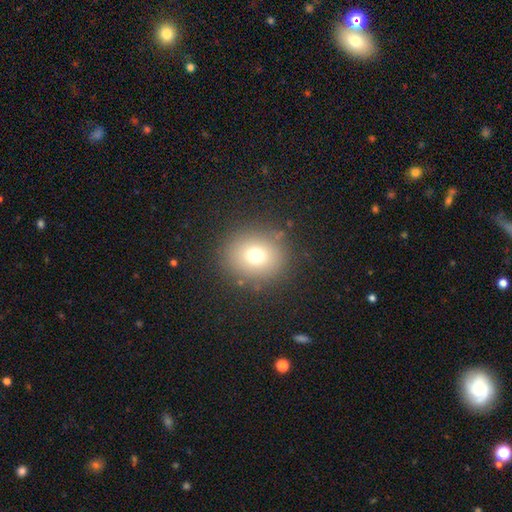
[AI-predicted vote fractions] Morphology: type=smooth (70%); roundness=round (81%); merging=none (86%).